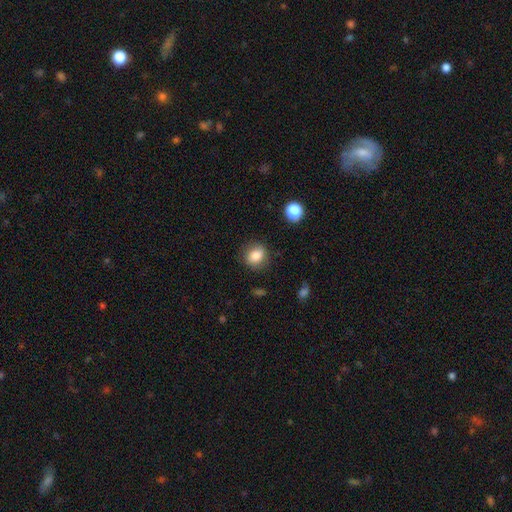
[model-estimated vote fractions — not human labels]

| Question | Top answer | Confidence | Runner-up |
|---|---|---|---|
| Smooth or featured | smooth | 84% | star or artifact (10%) |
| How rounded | round | 68% | in between (31%) |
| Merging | none | 83% | minor disturbance (12%) |